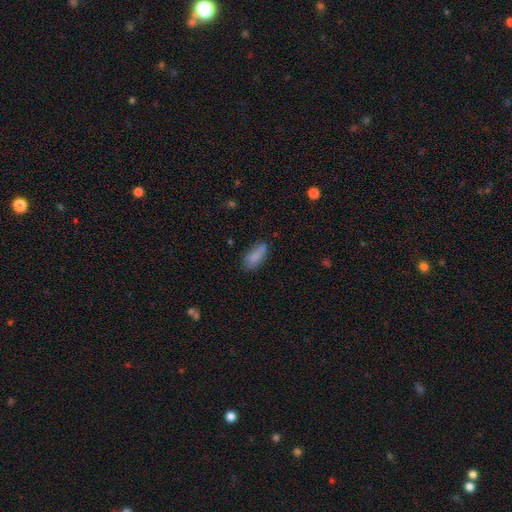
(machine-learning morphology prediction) Overall: smooth (85%). How rounded: in between (80%). Merging: none (72%).